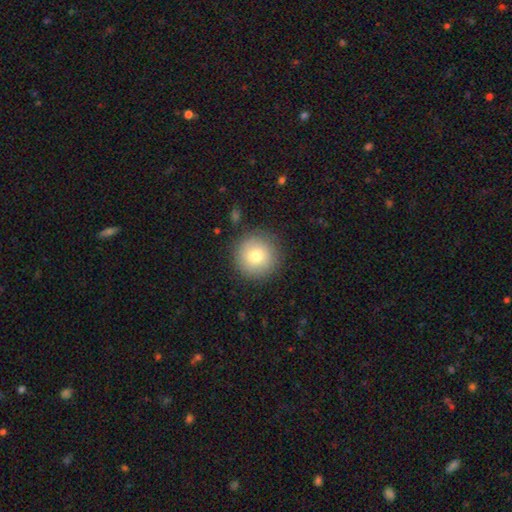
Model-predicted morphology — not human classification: Smooth or featured? Predicted: smooth (p=0.78). How rounded? Predicted: round (p=0.96). Merging? Predicted: none (p=0.88).